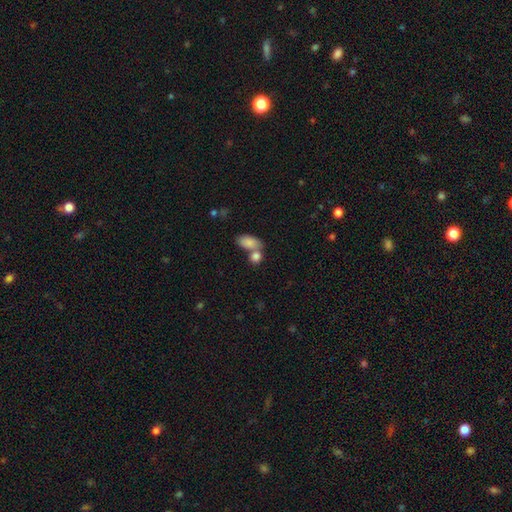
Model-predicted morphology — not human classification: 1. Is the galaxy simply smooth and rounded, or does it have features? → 72% smooth, 16% star or artifact, 13% featured or disk.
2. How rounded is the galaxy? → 78% in between, 17% round, 5% cigar-shaped.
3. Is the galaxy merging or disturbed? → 46% none, 39% merger, 10% minor disturbance, 5% major disturbance.